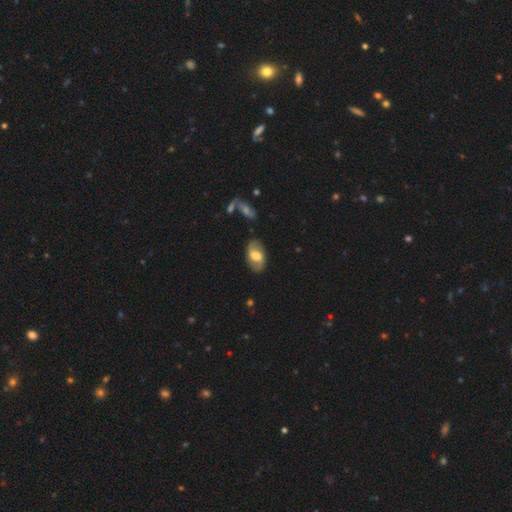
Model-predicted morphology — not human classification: Q: Smooth or featured?
A: smooth (49%); runner-up: featured or disk (44%)
Q: Merging?
A: none (79%); runner-up: minor disturbance (15%)